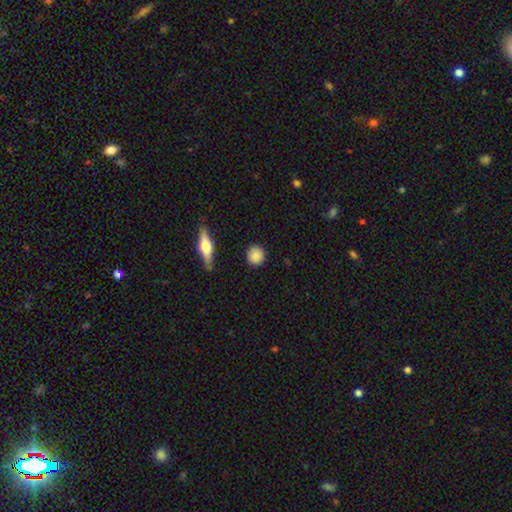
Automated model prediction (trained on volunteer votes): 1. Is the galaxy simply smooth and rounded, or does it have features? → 85% smooth, 7% featured or disk, 7% star or artifact.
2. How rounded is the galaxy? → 91% round, 7% in between, 2% cigar-shaped.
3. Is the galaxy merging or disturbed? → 87% none, 9% minor disturbance, 2% major disturbance, 2% merger.